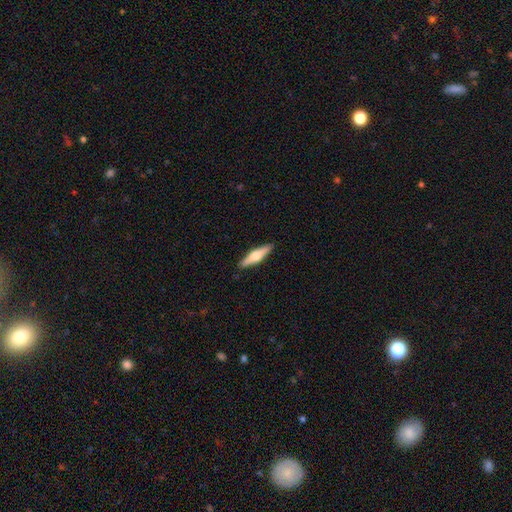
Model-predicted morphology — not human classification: This is possibly a featured or disk galaxy (57%). It is clearly viewed edge-on (96%). Edge-on bulge: clearly rounded (91%). Merging: clearly none (90%).